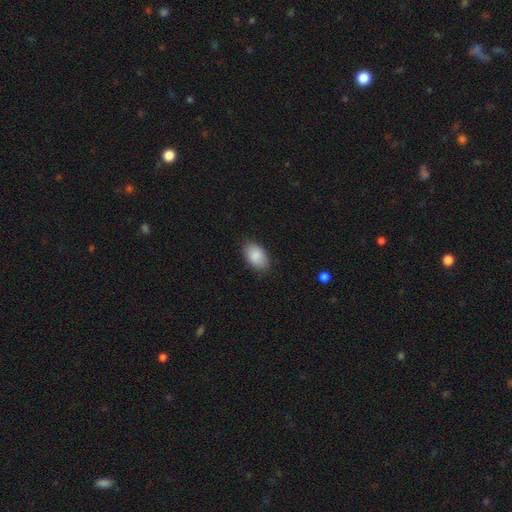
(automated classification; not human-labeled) This appears to be a smooth galaxy with no disk features (88%) that is in between round and cigar-shaped (92%). Merging: none (83%).